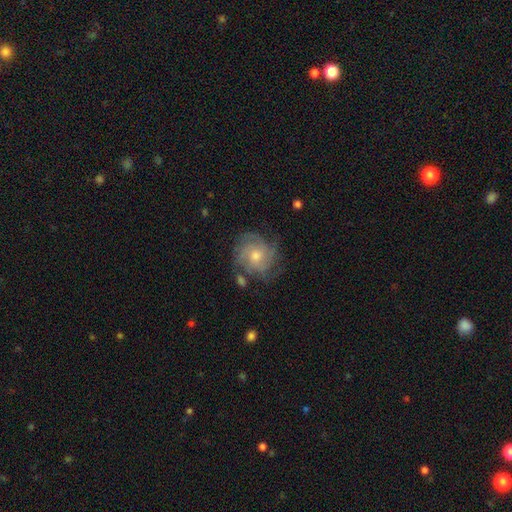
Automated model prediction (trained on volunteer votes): This is likely a featured or disk galaxy (77%). It is clearly not viewed edge-on (98%). Bar: likely no (75%). Spiral arm pattern: clearly yes (93%). Spiral arm count: marginally can't tell (29%). Spiral winding: likely tight (60%). Central bulge: likely moderate (61%). Merging: likely none (74%).